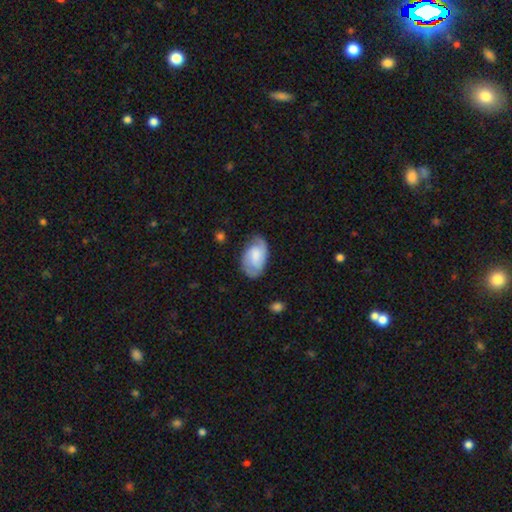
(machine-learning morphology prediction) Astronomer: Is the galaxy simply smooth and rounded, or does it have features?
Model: featured or disk — 59% (runner-up: smooth, 35%).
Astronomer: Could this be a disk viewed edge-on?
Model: no — 96%.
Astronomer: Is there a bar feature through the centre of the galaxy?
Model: no — 51% (runner-up: weak, 40%).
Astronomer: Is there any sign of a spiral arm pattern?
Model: yes — 90%.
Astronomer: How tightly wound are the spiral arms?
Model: medium — 45% (runner-up: tight, 38%).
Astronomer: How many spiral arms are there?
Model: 2 — 69%.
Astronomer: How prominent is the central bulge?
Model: moderate — 27%, tied with small at 27%.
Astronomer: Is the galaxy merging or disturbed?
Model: none — 71%.